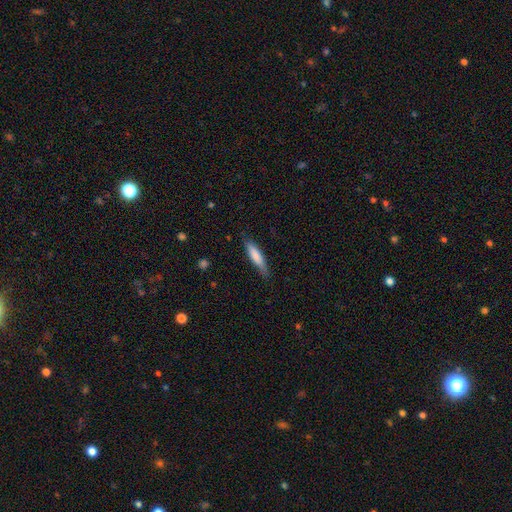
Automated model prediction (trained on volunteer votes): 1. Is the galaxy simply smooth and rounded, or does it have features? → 75% smooth, 19% featured or disk, 5% star or artifact.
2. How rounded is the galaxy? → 77% cigar-shaped, 22% in between, 1% round.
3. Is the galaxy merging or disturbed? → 78% none, 17% minor disturbance, 3% major disturbance, 1% merger.